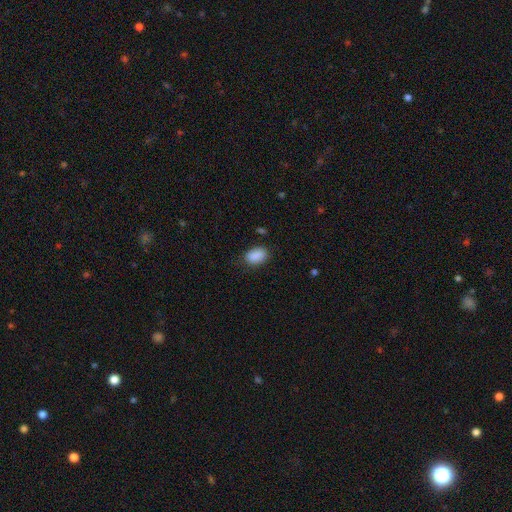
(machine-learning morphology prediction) A smooth galaxy with no disk features (89%) that is in between round and cigar-shaped (88%).

Vote fractions:
- Smooth or featured? smooth: 89% / star or artifact: 8% / featured or disk: 3%
- How rounded? in between: 88% / round: 11% / cigar-shaped: 1%
- Merging? none: 78% / minor disturbance: 17% / major disturbance: 4% / merger: 2%